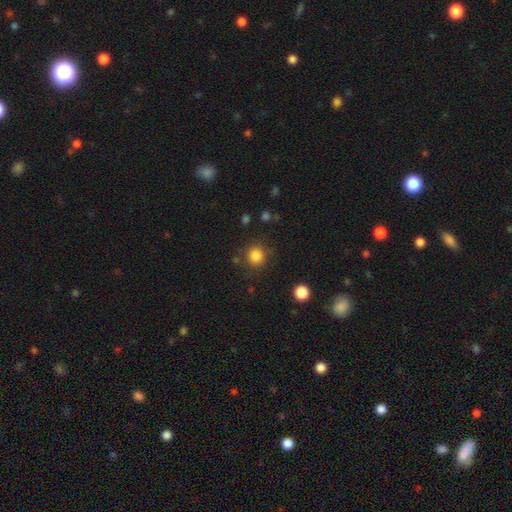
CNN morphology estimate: This appears to be a smooth galaxy with no disk features (85%) that is round (92%). Merging: none (84%).